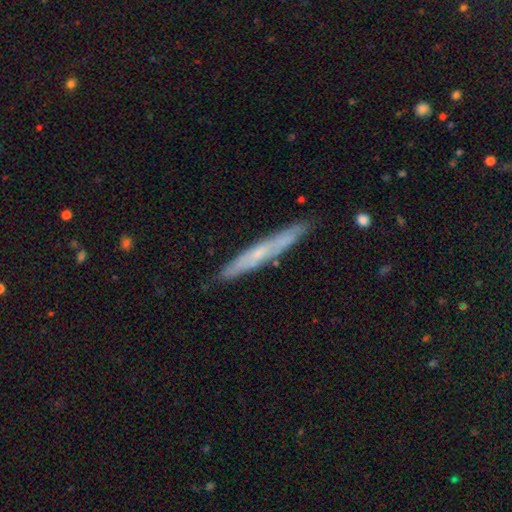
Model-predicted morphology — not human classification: Smooth or featured?
  - featured or disk: 53% *
  - smooth: 41%
  - star or artifact: 7%
Edge-on disk?
  - yes: 90% *
  - no: 10%
Merging?
  - none: 86% *
  - minor disturbance: 11%
  - major disturbance: 2%
  - merger: 1%